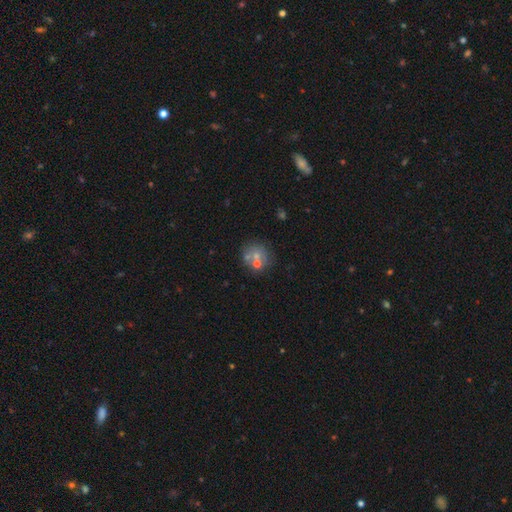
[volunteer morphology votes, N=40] Smooth or featured?
  - featured or disk: 48% *
  - smooth: 45%
  - star or artifact: 8%
Edge-on disk?
  - no: 100% *
  - yes: 0%
Bar?
  - no: 95% *
  - weak: 5%
  - strong: 0%
Spiral arms?
  - no: 95% *
  - yes: 5%
Bulge size?
  - moderate: 42% *
  - small: 32%
  - none: 16%
  - dominant: 5%
  - large: 5%
Merging?
  - none: 49% *
  - merger: 35%
  - minor disturbance: 11%
  - major disturbance: 5%